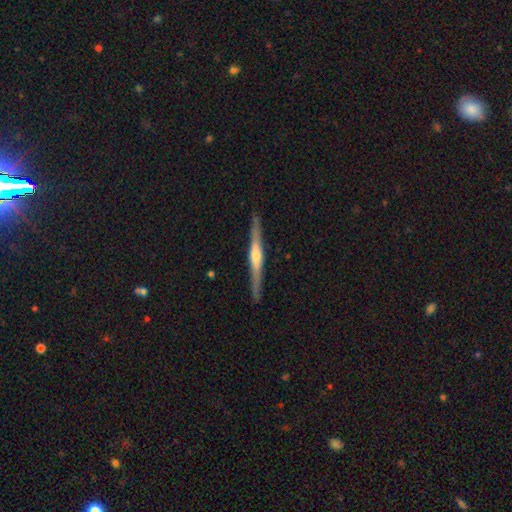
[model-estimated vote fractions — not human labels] Overall: featured or disk (76%). Edge-on disk: yes (98%). Edge-on bulge: rounded (77%). Merging: none (91%).